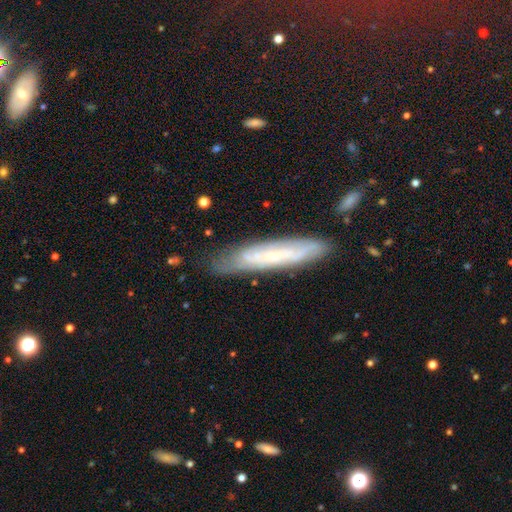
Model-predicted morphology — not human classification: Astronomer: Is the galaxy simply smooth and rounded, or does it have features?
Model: featured or disk — 56% (runner-up: smooth, 37%).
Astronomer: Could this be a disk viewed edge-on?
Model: no — 59% (runner-up: yes, 41%).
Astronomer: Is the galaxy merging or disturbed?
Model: none — 73%.